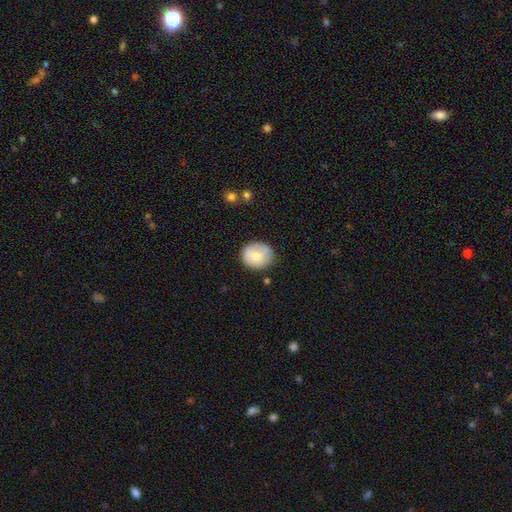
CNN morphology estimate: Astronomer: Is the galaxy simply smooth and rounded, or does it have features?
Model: smooth — 74%.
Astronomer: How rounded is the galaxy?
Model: round — 76%.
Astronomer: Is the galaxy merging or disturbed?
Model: none — 76%.